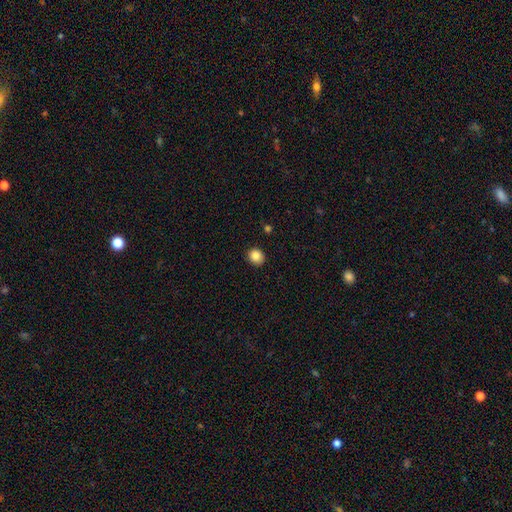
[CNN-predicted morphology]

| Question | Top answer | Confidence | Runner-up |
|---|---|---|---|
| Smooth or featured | smooth | 86% | star or artifact (10%) |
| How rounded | round | 76% | in between (23%) |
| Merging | none | 90% | minor disturbance (7%) |